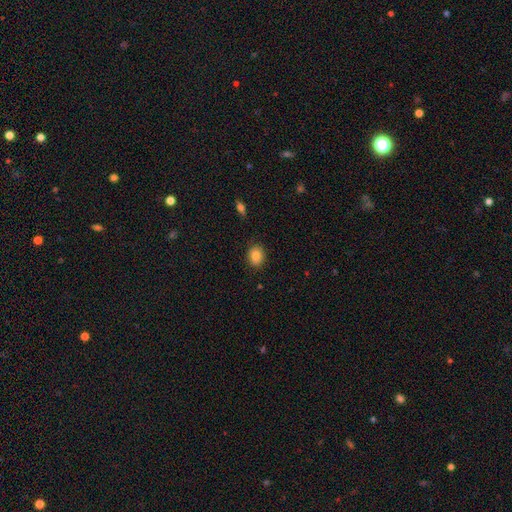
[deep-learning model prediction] A smooth galaxy with no disk features (85%) that is in between round and cigar-shaped (51%).

Vote fractions:
- Smooth or featured? smooth: 85% / star or artifact: 9% / featured or disk: 6%
- How rounded? in between: 51% / round: 48% / cigar-shaped: 1%
- Merging? none: 87% / minor disturbance: 10% / major disturbance: 2% / merger: 1%